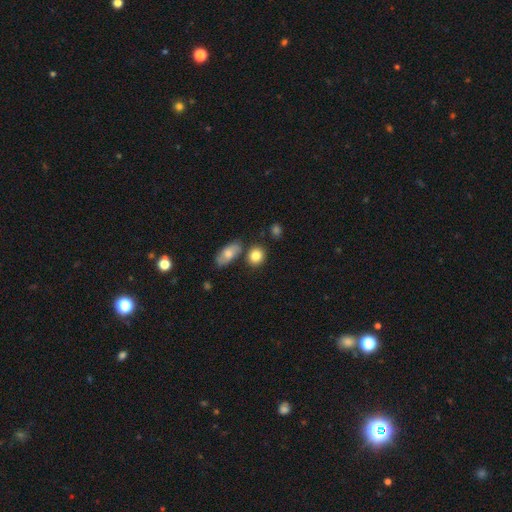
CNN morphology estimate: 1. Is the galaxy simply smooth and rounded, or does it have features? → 84% smooth, 8% star or artifact, 8% featured or disk.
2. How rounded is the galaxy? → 66% round, 32% in between, 2% cigar-shaped.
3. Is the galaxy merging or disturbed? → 72% none, 14% merger, 11% minor disturbance, 3% major disturbance.